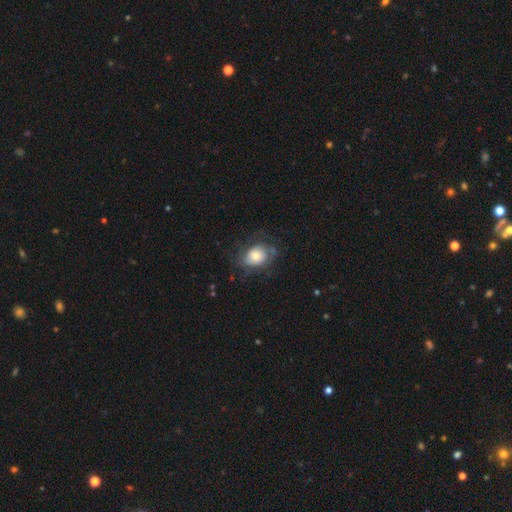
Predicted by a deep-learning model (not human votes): A smooth galaxy with no disk features (50%).

Vote fractions:
- Smooth or featured? smooth: 50% / featured or disk: 42% / star or artifact: 8%
- Merging? none: 59% / minor disturbance: 23% / major disturbance: 16% / merger: 1%